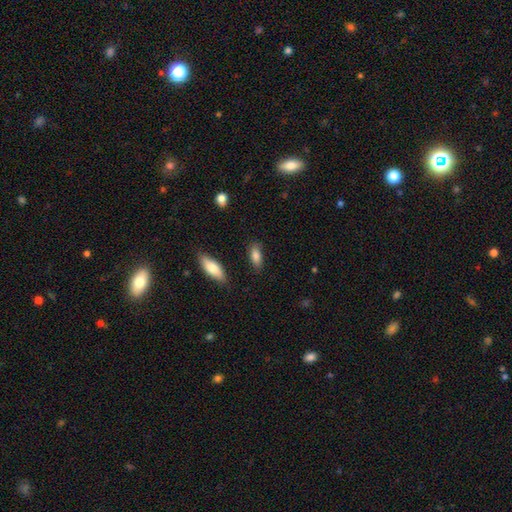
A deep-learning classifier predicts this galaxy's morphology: This is clearly a smooth galaxy (84%). How rounded: clearly in between (80%). Merging: likely none (80%).